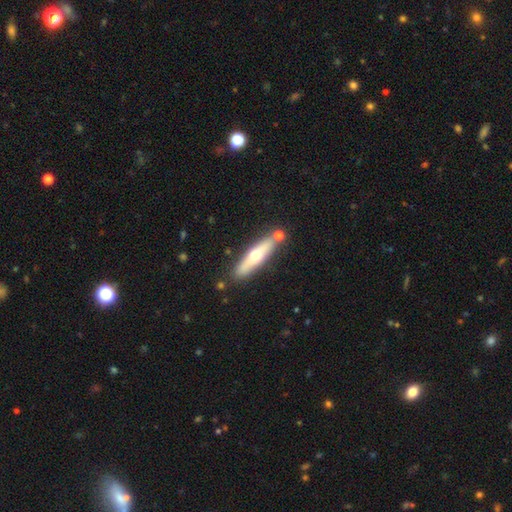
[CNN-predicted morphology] Smooth or featured: featured or disk — 49% (smooth — 45%)
Merging: none — 80% (minor disturbance — 10%)